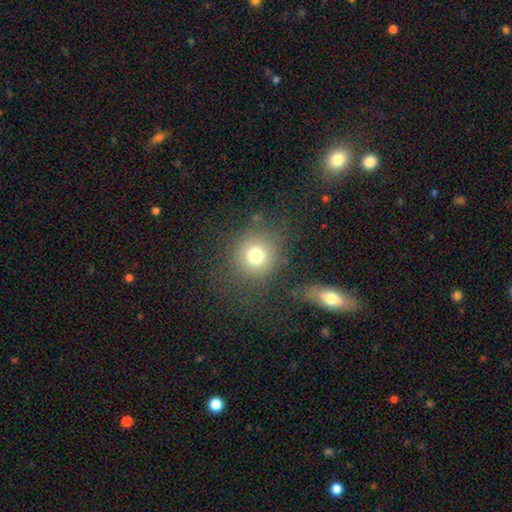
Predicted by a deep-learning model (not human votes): A smooth galaxy with no disk features (75%) that is round (88%). Merging: none (79%).